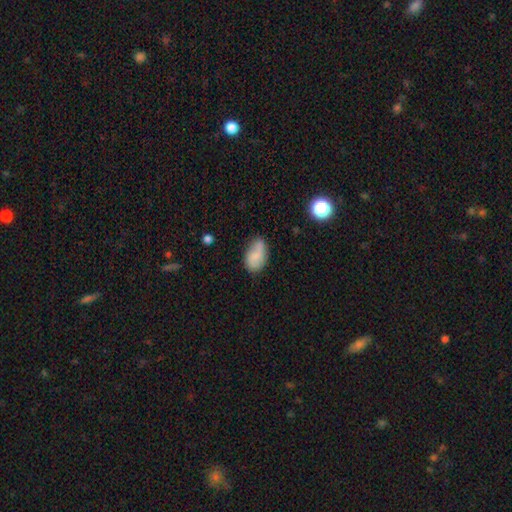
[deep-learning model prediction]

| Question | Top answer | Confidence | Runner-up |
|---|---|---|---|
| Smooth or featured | smooth | 71% | featured or disk (20%) |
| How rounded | in between | 91% | round (7%) |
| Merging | none | 57% | minor disturbance (30%) |